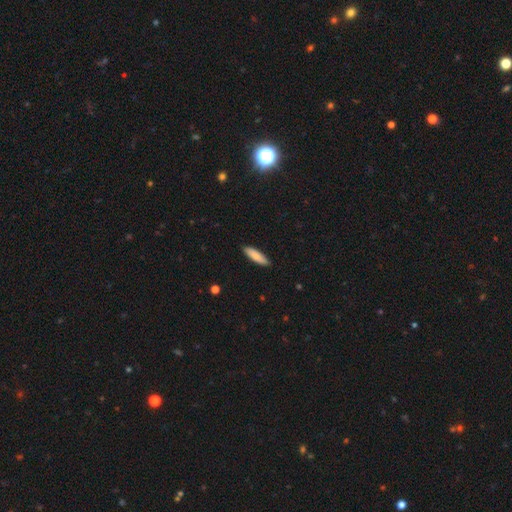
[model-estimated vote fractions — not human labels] smooth-or-featured: smooth: 84% | featured or disk: 10% | star or artifact: 6%
  how-rounded: cigar-shaped: 68% | in between: 30% | round: 1%
  merging: none: 90% | minor disturbance: 8% | major disturbance: 1% | merger: 1%